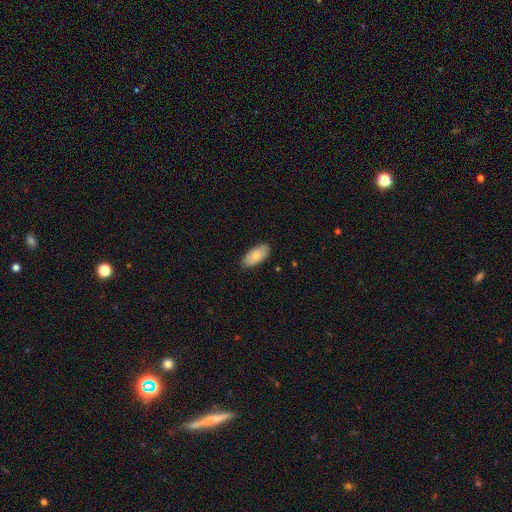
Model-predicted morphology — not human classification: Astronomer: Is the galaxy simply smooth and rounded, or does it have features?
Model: smooth — 84%.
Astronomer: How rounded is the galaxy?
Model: in between — 92%.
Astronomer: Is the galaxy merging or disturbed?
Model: none — 86%.